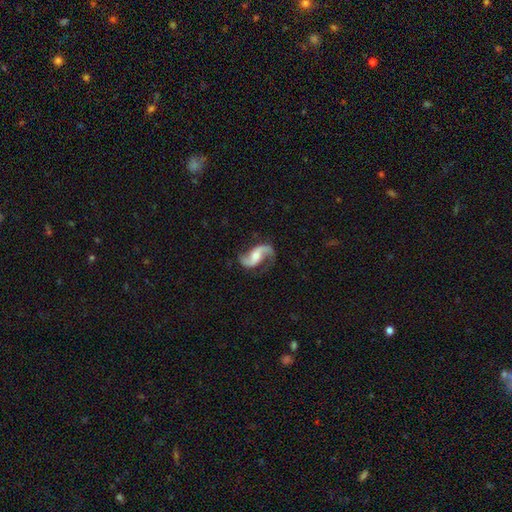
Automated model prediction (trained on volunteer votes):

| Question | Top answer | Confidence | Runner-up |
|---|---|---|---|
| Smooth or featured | featured or disk | 89% | smooth (7%) |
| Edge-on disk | no | 97% | yes (3%) |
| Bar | no | 46% | weak (37%) |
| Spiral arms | yes | 97% | no (3%) |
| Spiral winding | loose | 62% | medium (31%) |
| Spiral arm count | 2 | 93% | 1 (3%) |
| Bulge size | moderate | 58% | small (28%) |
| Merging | none | 76% | minor disturbance (15%) |